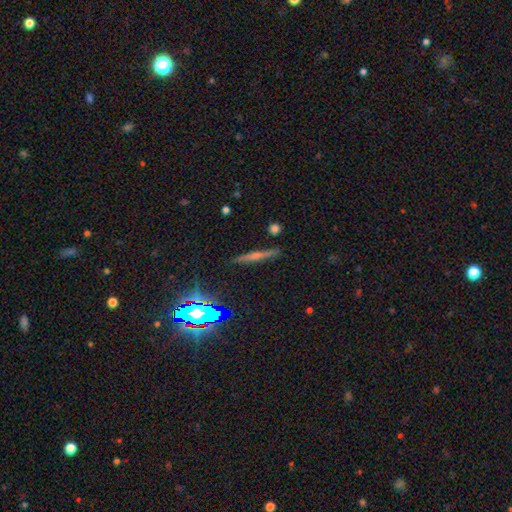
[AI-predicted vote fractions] Q: Smooth or featured?
A: featured or disk (49%); runner-up: smooth (30%)
Q: Merging?
A: none (87%); runner-up: minor disturbance (9%)